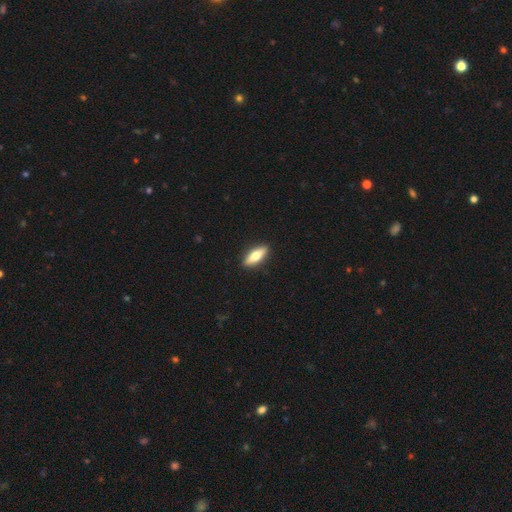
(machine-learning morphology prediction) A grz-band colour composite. It shows a smooth galaxy with no disk features (56%) that is cigar-shaped (50%). Merging: none (91%).